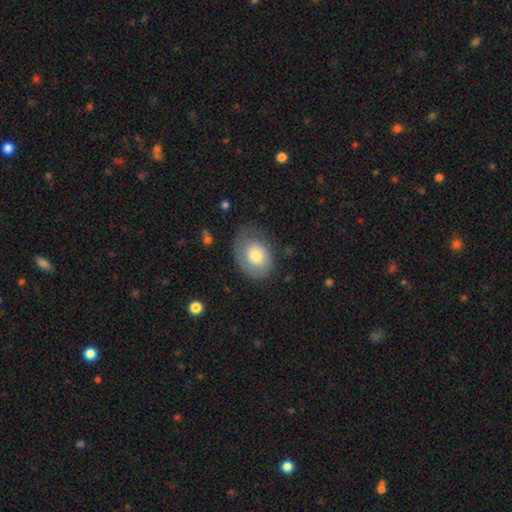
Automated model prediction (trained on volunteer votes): This is likely a smooth galaxy (67%). How rounded: likely in between (66%). Merging: possibly none (59%).